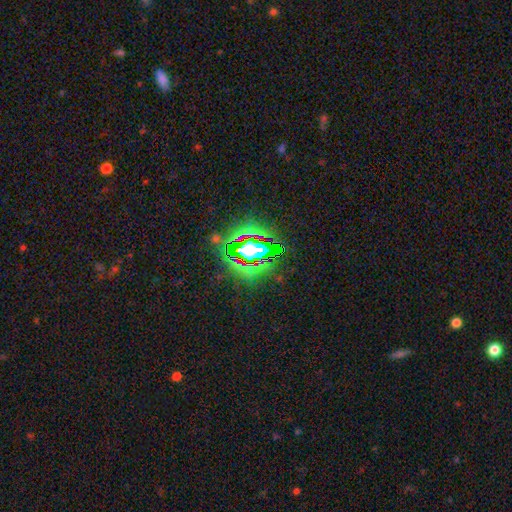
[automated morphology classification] Smooth or featured?
  - star or artifact: 67% *
  - smooth: 19%
  - featured or disk: 14%